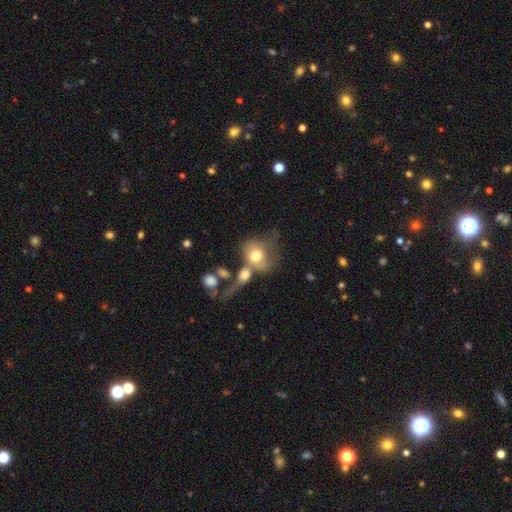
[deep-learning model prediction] Overall: smooth (63%; featured or disk 27%). How rounded: round (63%; in between 36%). Merging: merger (51%; major disturbance 21%).